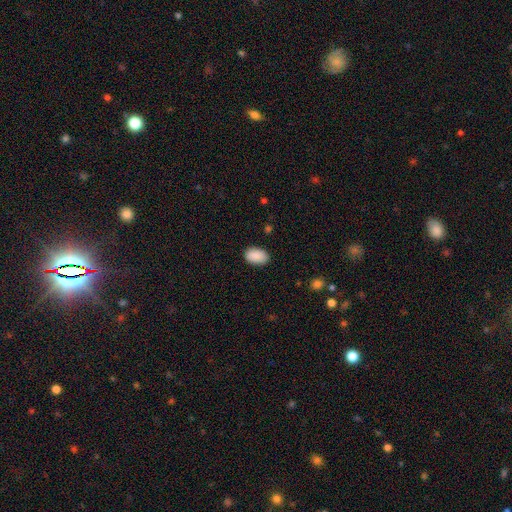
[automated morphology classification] Q: Smooth or featured?
A: smooth (91%); runner-up: star or artifact (7%)
Q: How rounded?
A: in between (91%); runner-up: round (8%)
Q: Merging?
A: none (86%); runner-up: minor disturbance (10%)